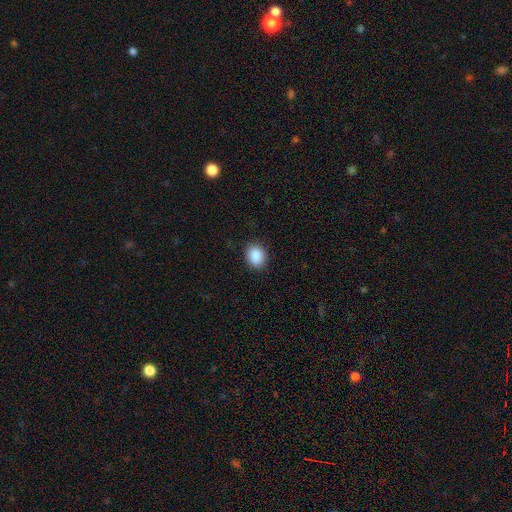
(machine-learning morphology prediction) The model was most divided on "how rounded": round: 52%, in between: 47%, cigar-shaped: 1%. More confident: smooth or featured — smooth (90%); merging — none (88%).